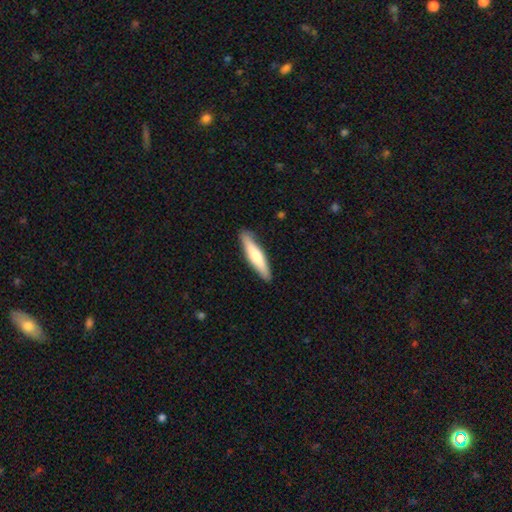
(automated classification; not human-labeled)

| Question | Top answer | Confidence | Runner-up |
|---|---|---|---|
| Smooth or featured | smooth | 60% | featured or disk (35%) |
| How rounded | cigar-shaped | 84% | in between (14%) |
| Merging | none | 89% | minor disturbance (8%) |